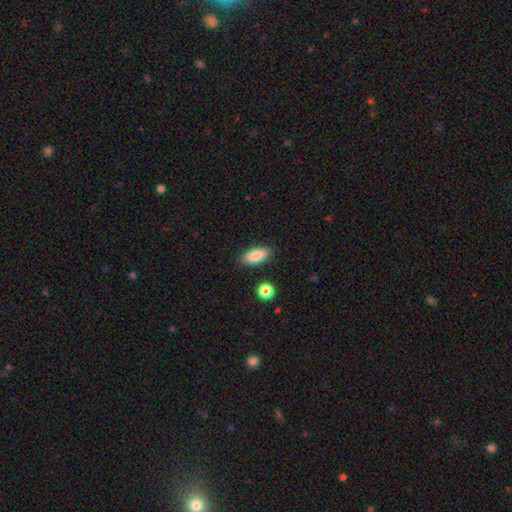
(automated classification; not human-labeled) The model was most divided on "how rounded": in between: 80%, cigar-shaped: 18%, round: 3%. More confident: merging — none (87%); smooth or featured — smooth (86%).